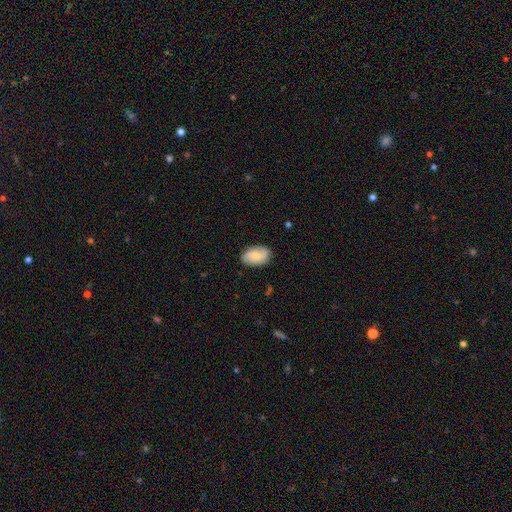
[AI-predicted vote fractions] The model was most divided on "smooth or featured": smooth: 56%, featured or disk: 37%, star or artifact: 7%. More confident: how rounded — in between (90%); merging — none (83%).